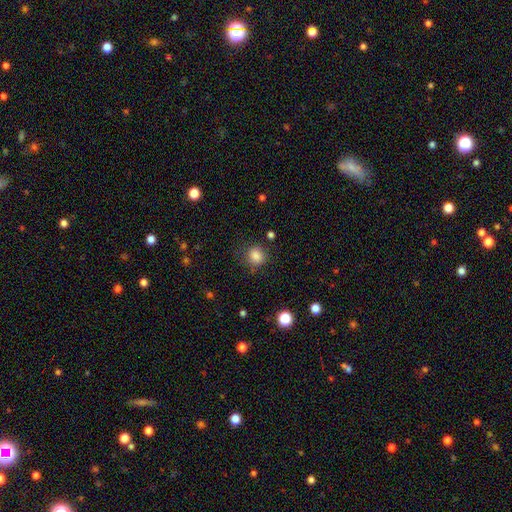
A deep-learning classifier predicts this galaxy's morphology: A smooth galaxy with no disk features (84%) that is round (79%). Merging: none (76%).